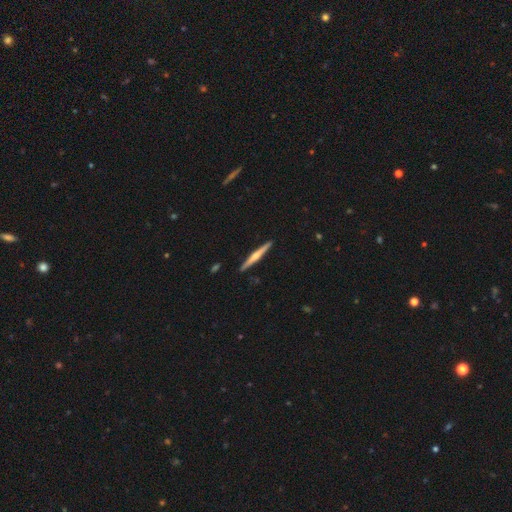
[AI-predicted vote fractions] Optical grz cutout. It shows a featured or disk galaxy (64%) viewed edge-on (98%) with a rounded central bulge (77%). Merging: none (92%).